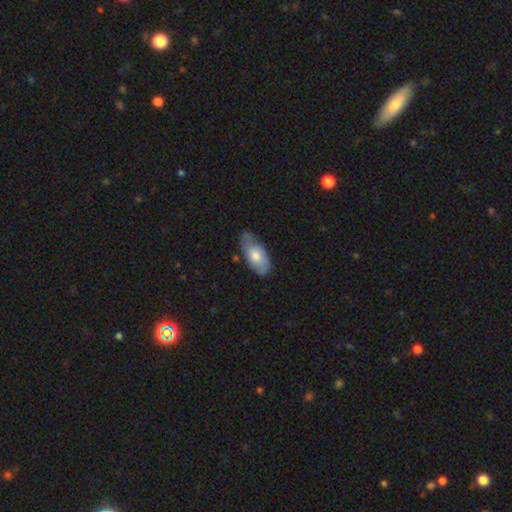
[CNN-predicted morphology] Smooth or featured: smooth — 68% (featured or disk — 26%)
How rounded: in between — 89% (cigar-shaped — 8%)
Merging: none — 57% (minor disturbance — 34%)